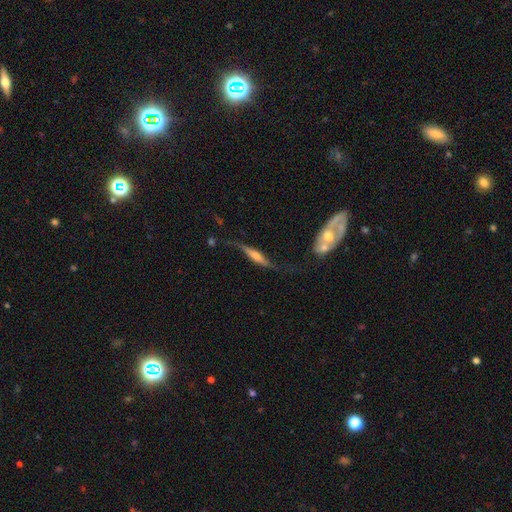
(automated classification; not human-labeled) smooth_or_featured: featured or disk (p=0.78) [alt: smooth p=0.17]
disk_edge_on: yes (p=0.81) [alt: no p=0.19]
edge_on_bulge: rounded (p=0.77) [alt: boxy p=0.14]
merging: none (p=0.56) [alt: minor disturbance p=0.24]